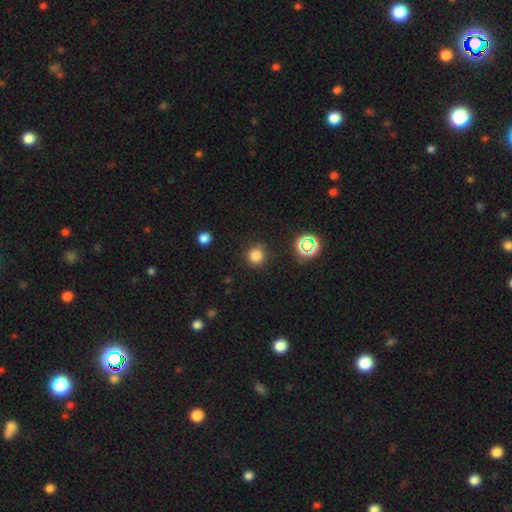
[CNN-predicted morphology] The model was most divided on "smooth or featured": smooth: 78%, star or artifact: 17%, featured or disk: 5%. More confident: how rounded — round (94%); merging — none (87%).